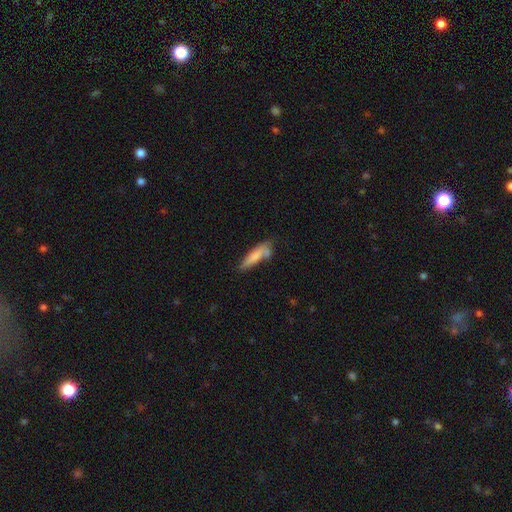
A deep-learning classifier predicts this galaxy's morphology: type=smooth (74%); roundness=cigar-shaped (70%); merging=none (53%).